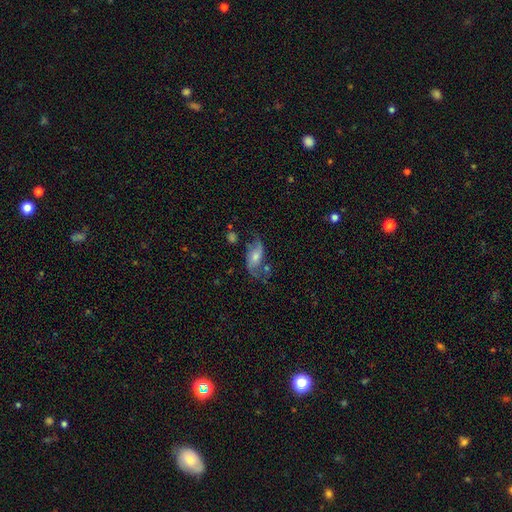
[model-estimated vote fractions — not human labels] smooth_or_featured: featured or disk (p=0.73) [alt: smooth p=0.19]
disk_edge_on: no (p=0.94) [alt: yes p=0.06]
bar: no (p=0.52) [alt: weak p=0.36]
has_spiral_arms: yes (p=0.89) [alt: no p=0.11]
spiral_winding: loose (p=0.70) [alt: medium p=0.23]
spiral_arm_count: 2 (p=0.88) [alt: can't tell p=0.05]
bulge_size: moderate (p=0.50) [alt: small p=0.36]
merging: none (p=0.51) [alt: minor disturbance p=0.22]